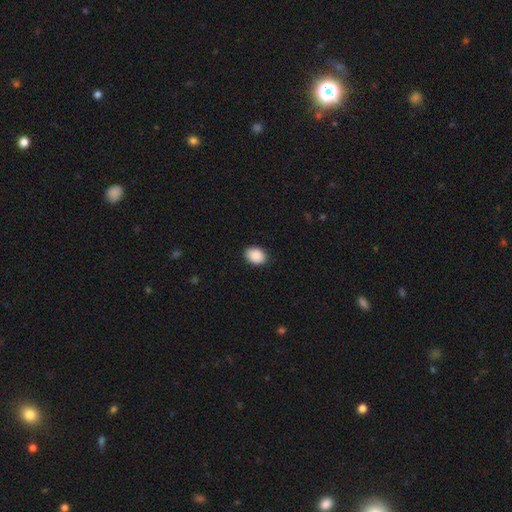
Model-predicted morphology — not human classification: This appears to be a smooth galaxy with no disk features (90%) that is in between round and cigar-shaped (69%). Merging: none (89%).